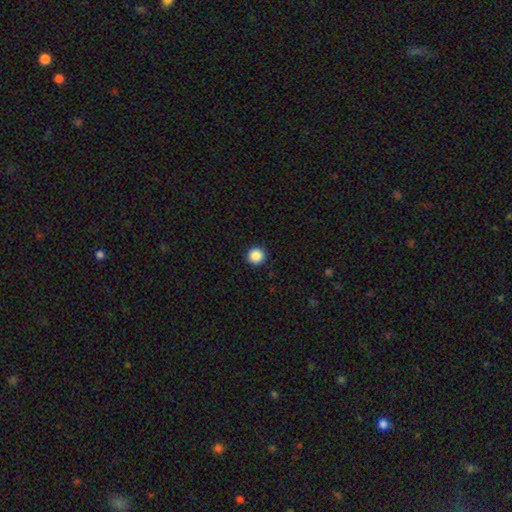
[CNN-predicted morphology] smooth 88%, star or artifact 9%, featured or disk 2%. Down the decision tree: how rounded — round (96%); merging — none (93%).